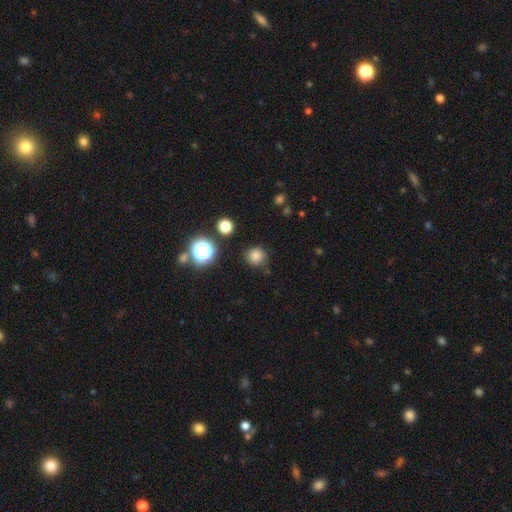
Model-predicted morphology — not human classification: Smooth or featured? Predicted: smooth (p=0.80). How rounded? Predicted: round (p=0.93). Merging? Predicted: none (p=0.83).